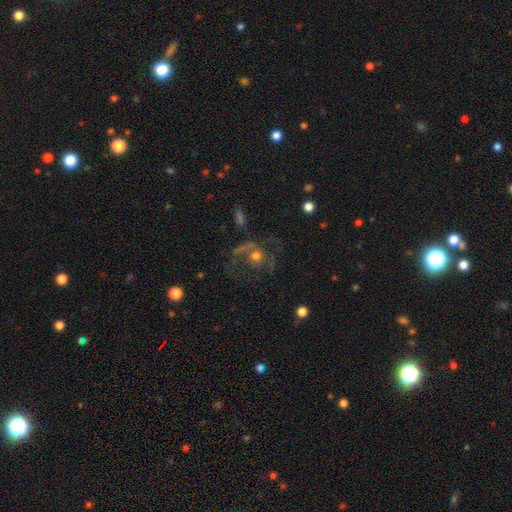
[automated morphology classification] Smooth or featured?
  - featured or disk: 53% *
  - smooth: 31%
  - star or artifact: 16%
Edge-on disk?
  - no: 95% *
  - yes: 5%
Bar?
  - no: 82% *
  - weak: 14%
  - strong: 4%
Spiral arms?
  - yes: 51% *
  - no: 49%
Bulge size?
  - moderate: 56% *
  - small: 21%
  - large: 14%
  - none: 7%
  - dominant: 3%
Merging?
  - none: 45% *
  - major disturbance: 32%
  - minor disturbance: 16%
  - merger: 8%